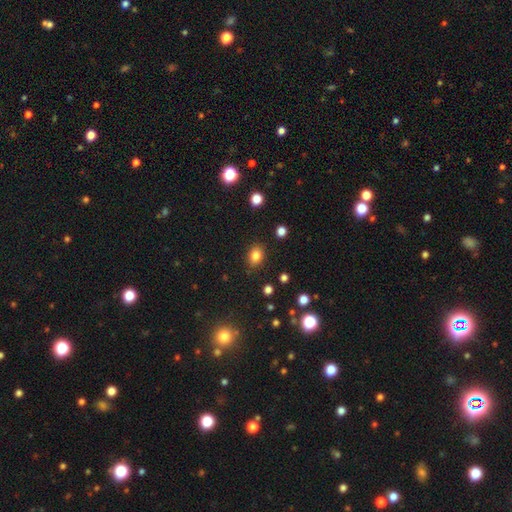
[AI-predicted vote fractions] Smooth or featured: smooth — 83% (star or artifact — 11%)
How rounded: in between — 63% (round — 36%)
Merging: none — 87% (minor disturbance — 9%)